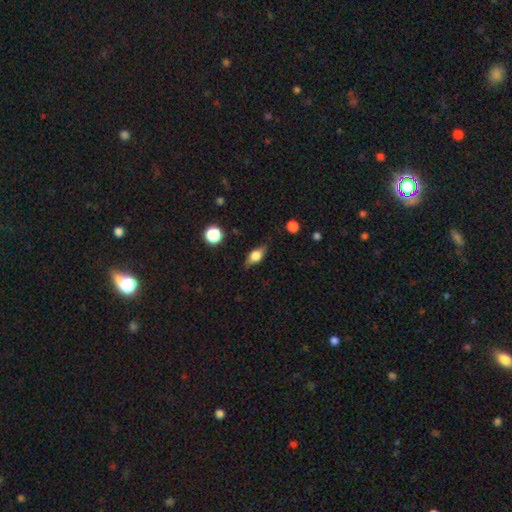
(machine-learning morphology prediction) Smooth or featured? smooth (54%)
How rounded? in between (71%)
Merging? none (78%)